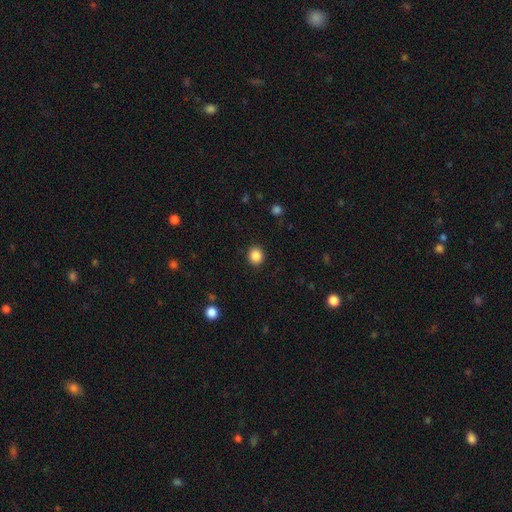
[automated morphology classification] A smooth galaxy with no disk features (86%) that is round (84%).

Vote fractions:
- Smooth or featured? smooth: 86% / star or artifact: 10% / featured or disk: 4%
- How rounded? round: 84% / in between: 15% / cigar-shaped: 1%
- Merging? none: 91% / minor disturbance: 6% / major disturbance: 2% / merger: 1%